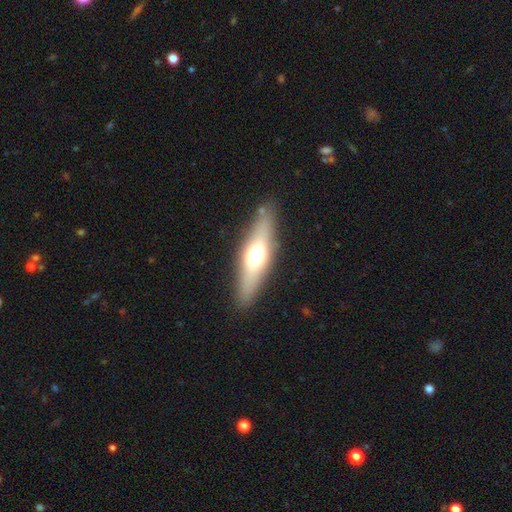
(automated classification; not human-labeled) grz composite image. It shows a smooth galaxy with no disk features (49%). Merging: none (86%).